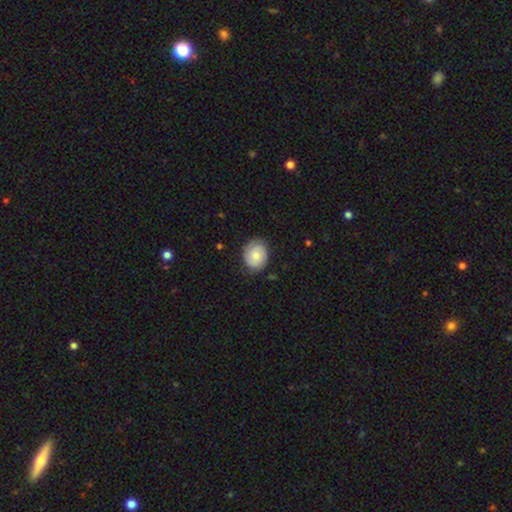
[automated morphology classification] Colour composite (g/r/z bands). It shows a smooth galaxy with no disk features (73%) that is round (55%). Merging: none (78%).